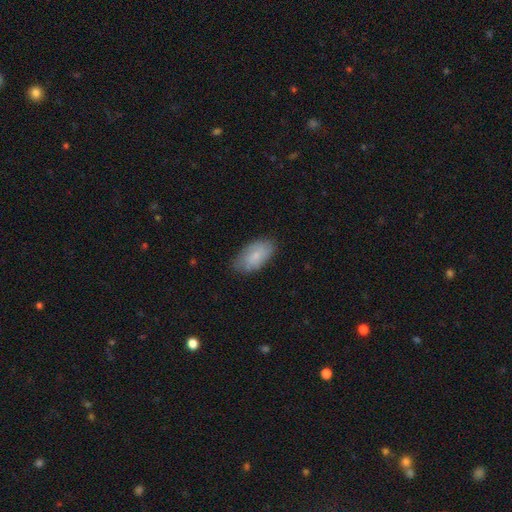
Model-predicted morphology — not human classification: Smooth or featured? smooth (74%)
How rounded? in between (94%)
Merging? none (76%)